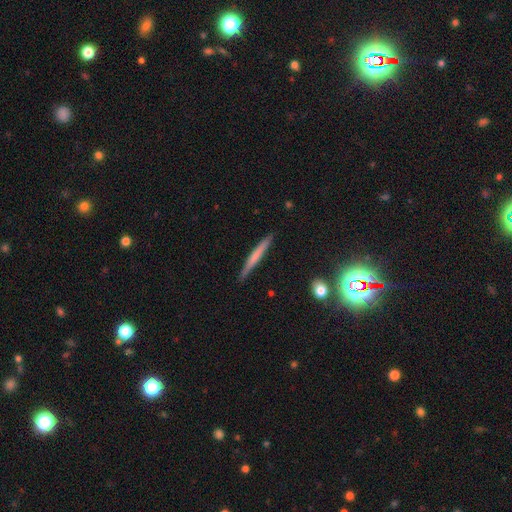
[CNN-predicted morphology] This appears to be a smooth galaxy with no disk features (54%) that is cigar-shaped (96%). Merging: none (88%).